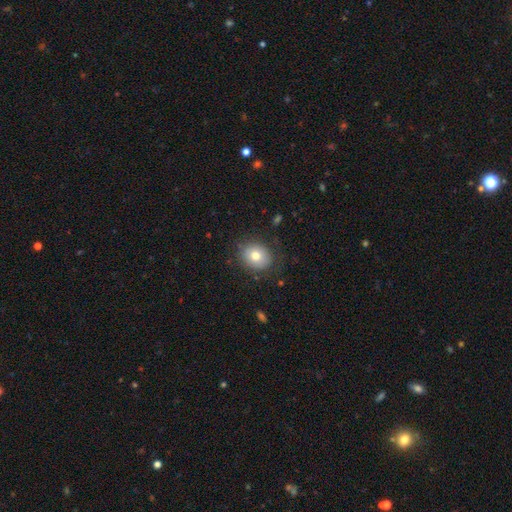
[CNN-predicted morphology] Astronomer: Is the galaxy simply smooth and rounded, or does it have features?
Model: smooth — 76%.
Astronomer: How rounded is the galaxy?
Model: round — 64%.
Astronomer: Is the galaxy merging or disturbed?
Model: none — 82%.